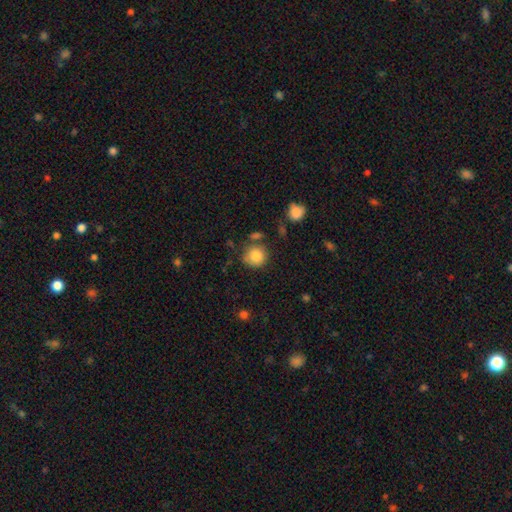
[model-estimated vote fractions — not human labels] The model was most divided on "merging": none: 75%, minor disturbance: 14%, merger: 7%, major disturbance: 4%. More confident: how rounded — round (89%); smooth or featured — smooth (84%).